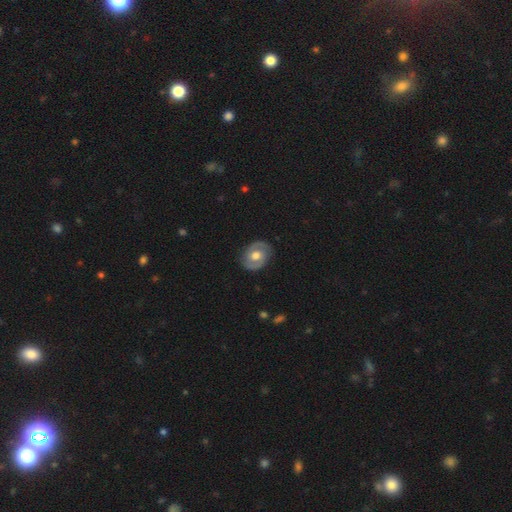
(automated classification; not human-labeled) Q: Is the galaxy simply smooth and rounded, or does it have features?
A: featured or disk — 72%.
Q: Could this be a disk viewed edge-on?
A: no — 97%.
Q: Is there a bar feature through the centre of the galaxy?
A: no — 58%.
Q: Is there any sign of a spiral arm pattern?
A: yes — 79%.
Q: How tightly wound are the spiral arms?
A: medium — 44%.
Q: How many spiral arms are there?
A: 2 — 87%.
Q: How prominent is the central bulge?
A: moderate — 67%.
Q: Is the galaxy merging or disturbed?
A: none — 84%.